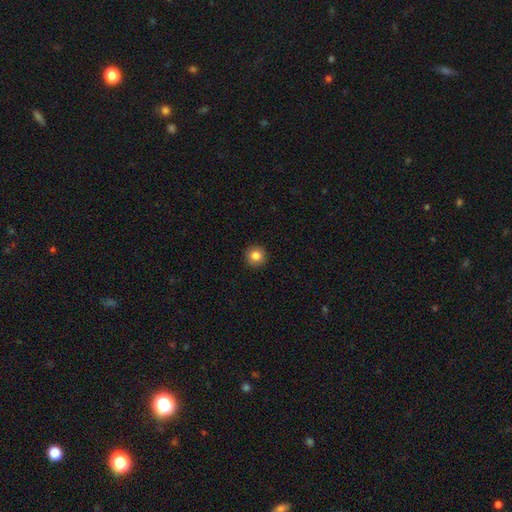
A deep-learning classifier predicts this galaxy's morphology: Q: Smooth or featured?
A: smooth (84%); runner-up: star or artifact (10%)
Q: How rounded?
A: round (94%); runner-up: in between (5%)
Q: Merging?
A: none (92%); runner-up: minor disturbance (5%)